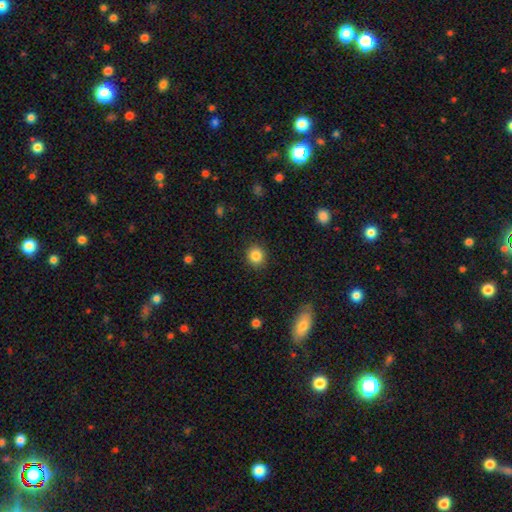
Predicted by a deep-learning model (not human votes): Q: Smooth or featured?
A: smooth (85%); runner-up: star or artifact (10%)
Q: How rounded?
A: round (84%); runner-up: in between (15%)
Q: Merging?
A: none (90%); runner-up: minor disturbance (7%)